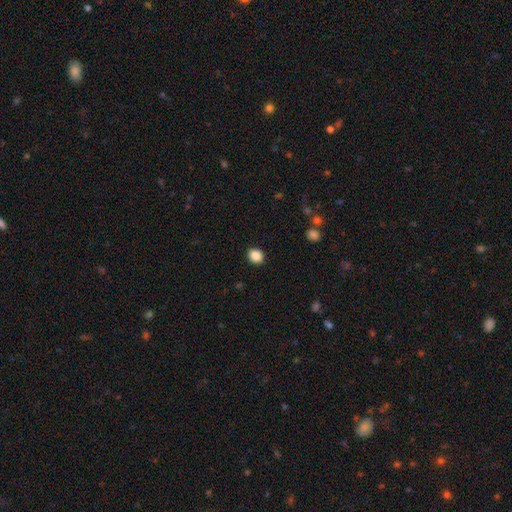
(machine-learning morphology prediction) smooth_or_featured: smooth (p=0.87) [alt: star or artifact p=0.09]
how_rounded: round (p=0.69) [alt: in between p=0.30]
merging: none (p=0.91) [alt: minor disturbance p=0.06]